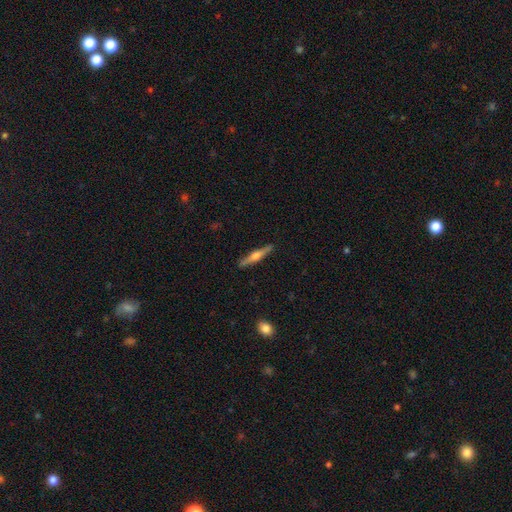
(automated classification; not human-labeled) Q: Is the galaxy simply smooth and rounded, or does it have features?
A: featured or disk — 65%.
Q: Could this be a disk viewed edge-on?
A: yes — 97%.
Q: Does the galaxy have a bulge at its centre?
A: rounded — 91%.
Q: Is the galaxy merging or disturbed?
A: none — 90%.